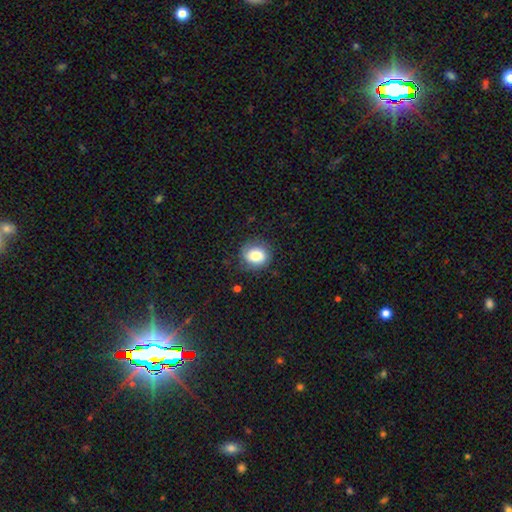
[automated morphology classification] A smooth galaxy with no disk features (78%) that is round (70%). Merging: none (78%).